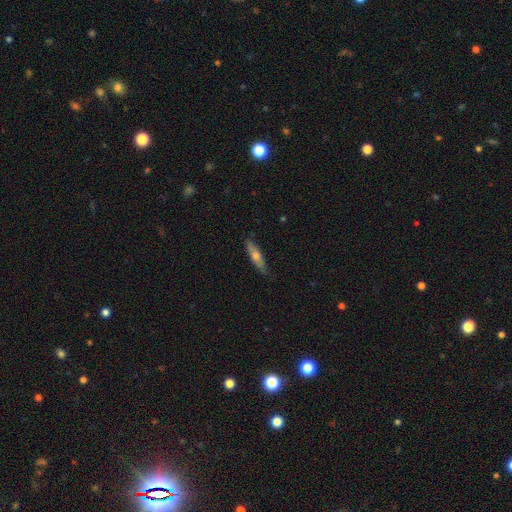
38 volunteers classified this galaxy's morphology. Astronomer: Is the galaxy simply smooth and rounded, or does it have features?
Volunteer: featured or disk — 50% (runner-up: smooth, 42%).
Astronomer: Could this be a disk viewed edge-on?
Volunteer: yes — 79%.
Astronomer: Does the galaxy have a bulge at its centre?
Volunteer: rounded — 93%.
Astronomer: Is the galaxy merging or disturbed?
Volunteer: none — 83%.